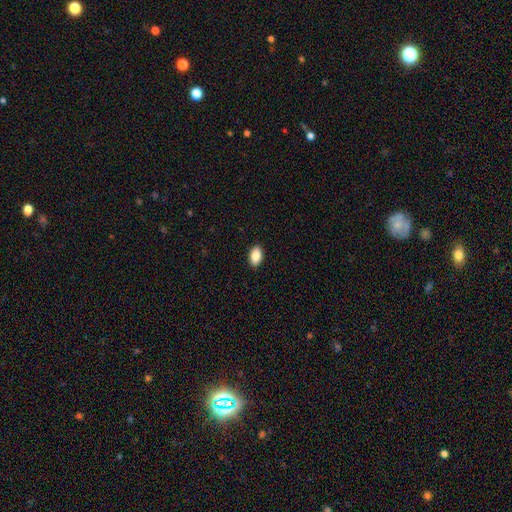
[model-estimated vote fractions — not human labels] The model was most divided on "smooth or featured": smooth: 88%, star or artifact: 7%, featured or disk: 5%. More confident: how rounded — in between (92%); merging — none (90%).